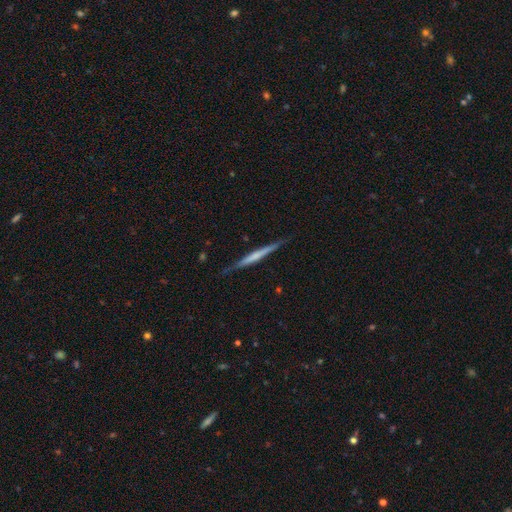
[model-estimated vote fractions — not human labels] A featured or disk galaxy (59%) viewed edge-on (97%) with no central bulge (65%).

Vote fractions:
- Smooth or featured? featured or disk: 59% / smooth: 35% / star or artifact: 5%
- Edge-on disk? yes: 97% / no: 3%
- Edge-on bulge? none: 65% / rounded: 20% / boxy: 14%
- Merging? none: 86% / minor disturbance: 11% / major disturbance: 2% / merger: 1%